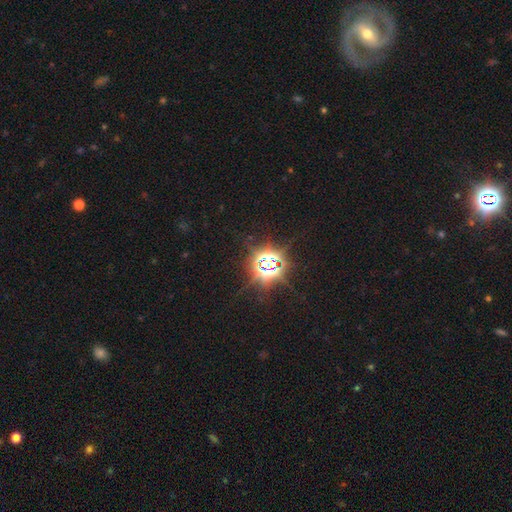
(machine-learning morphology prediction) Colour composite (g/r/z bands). It shows a star or artifact, not a galaxy (82%).